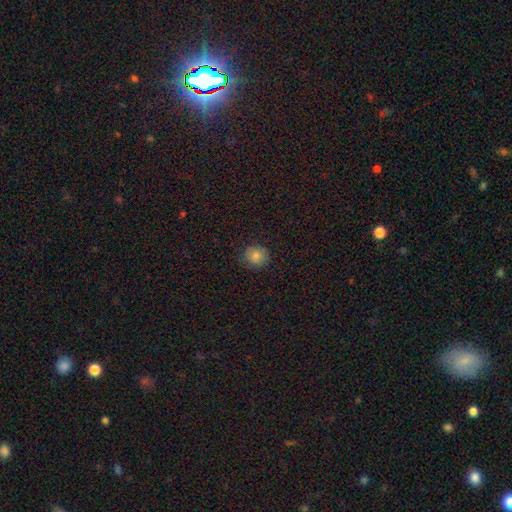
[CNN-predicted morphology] Smooth or featured? Predicted: smooth (p=0.81). How rounded? Predicted: round (p=0.88). Merging? Predicted: none (p=0.87).